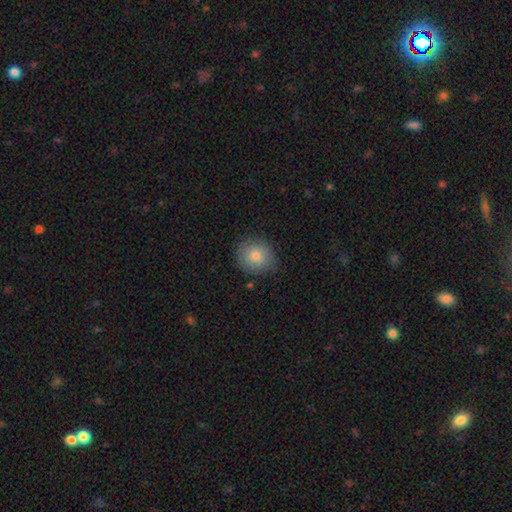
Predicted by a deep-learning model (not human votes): A smooth galaxy with no disk features (81%) that is round (85%).

Vote fractions:
- Smooth or featured? smooth: 81% / featured or disk: 10% / star or artifact: 9%
- How rounded? round: 85% / in between: 14% / cigar-shaped: 1%
- Merging? none: 82% / minor disturbance: 13% / major disturbance: 3% / merger: 1%